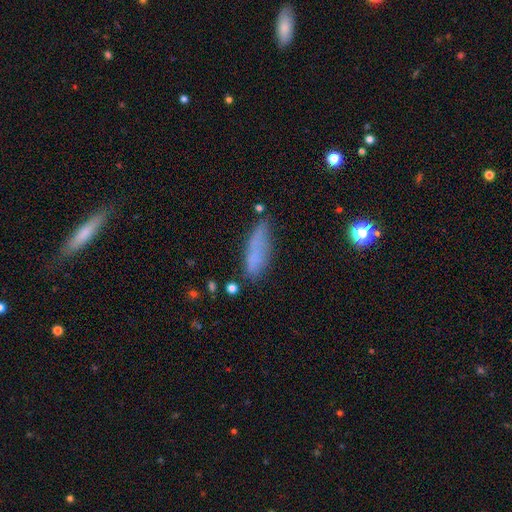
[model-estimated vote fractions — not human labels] Smooth or featured: smooth — 72% (featured or disk — 17%)
How rounded: cigar-shaped — 58% (in between — 40%)
Merging: none — 59% (minor disturbance — 26%)